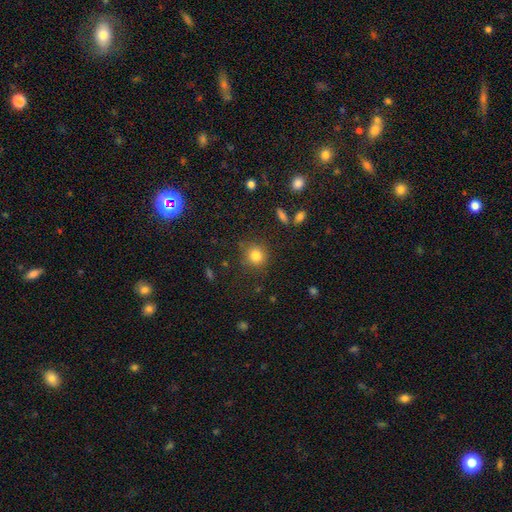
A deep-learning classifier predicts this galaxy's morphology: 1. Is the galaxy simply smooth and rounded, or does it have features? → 82% smooth, 12% star or artifact, 6% featured or disk.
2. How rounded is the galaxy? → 89% round, 10% in between, 1% cigar-shaped.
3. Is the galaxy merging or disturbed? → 83% none, 10% minor disturbance, 4% major disturbance, 2% merger.